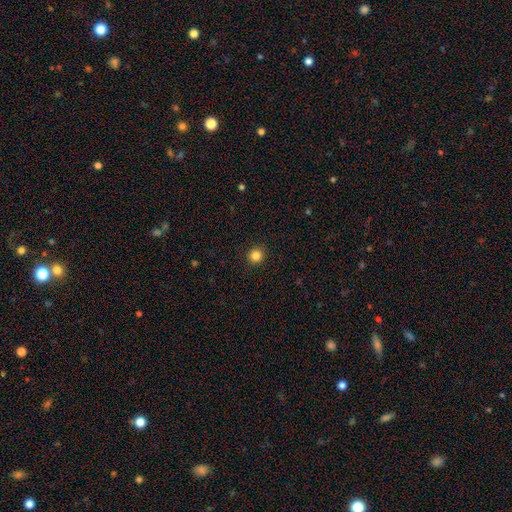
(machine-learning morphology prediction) The model was most divided on "smooth or featured": smooth: 84%, star or artifact: 12%, featured or disk: 4%. More confident: how rounded — round (93%); merging — none (93%).